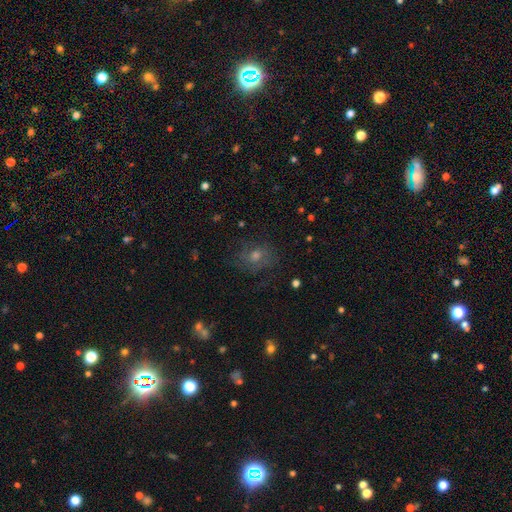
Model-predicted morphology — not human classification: Smooth or featured? smooth (39%)
Merging? none (75%)